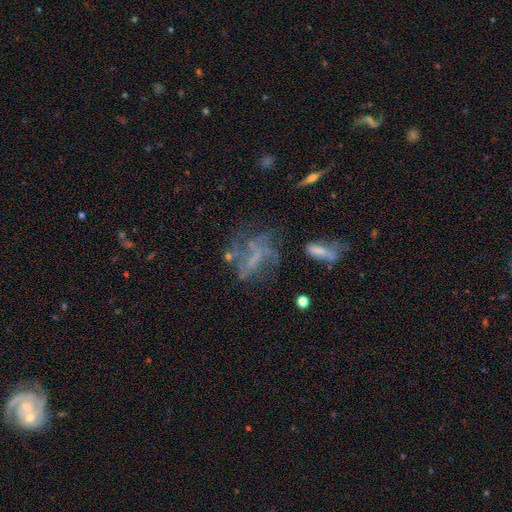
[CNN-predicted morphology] A featured or disk galaxy (56%) with no bar (63%), no spiral arms (62%) and no central bulge (69%). Merging: none (39%).